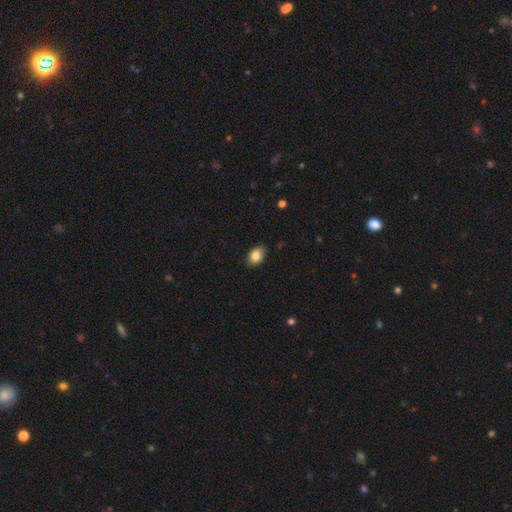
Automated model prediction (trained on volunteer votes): smooth_or_featured: smooth (p=0.85) [alt: star or artifact p=0.08]
how_rounded: in between (p=0.80) [alt: round p=0.19]
merging: none (p=0.83) [alt: minor disturbance p=0.13]